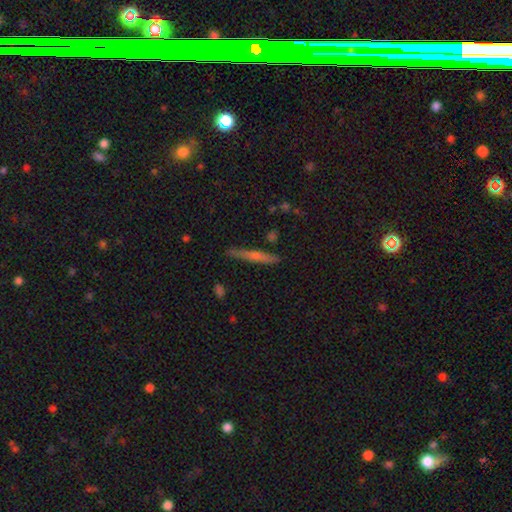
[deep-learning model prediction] featured or disk 51%, smooth 41%, star or artifact 8%. Down the decision tree: edge-on disk — yes (96%); merging — none (87%).